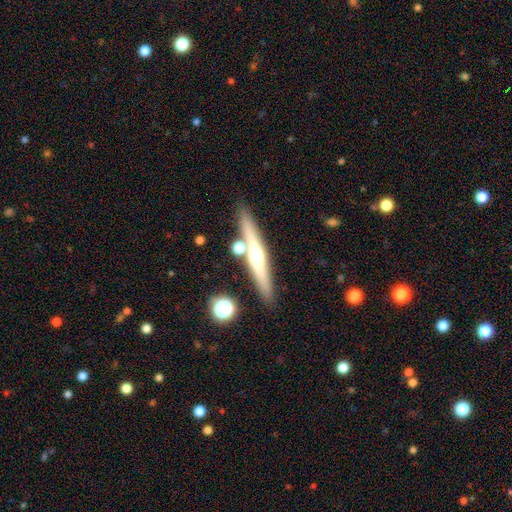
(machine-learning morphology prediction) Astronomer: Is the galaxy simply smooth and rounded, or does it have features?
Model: featured or disk — 62%.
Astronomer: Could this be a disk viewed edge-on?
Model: yes — 96%.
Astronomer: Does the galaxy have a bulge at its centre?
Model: rounded — 87%.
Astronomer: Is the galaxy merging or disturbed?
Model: none — 82%.